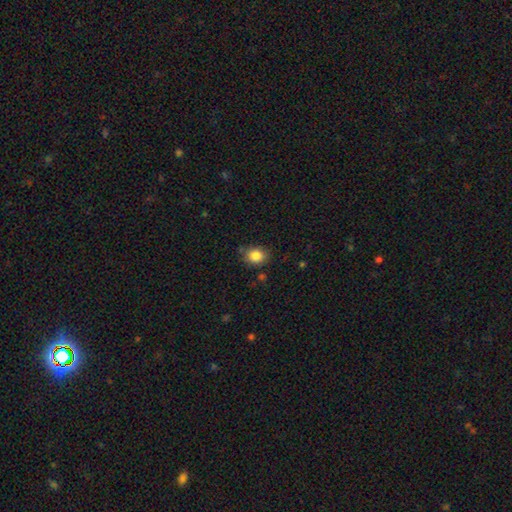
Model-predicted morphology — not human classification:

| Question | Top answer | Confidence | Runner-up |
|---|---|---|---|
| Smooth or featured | smooth | 85% | star or artifact (10%) |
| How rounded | round | 56% | in between (43%) |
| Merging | none | 78% | minor disturbance (16%) |